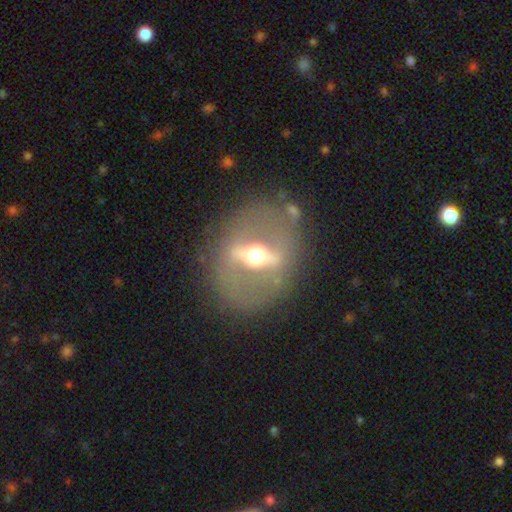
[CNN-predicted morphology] Smooth or featured? featured or disk (78%)
Edge-on disk? no (68%)
Bar? strong (79%)
Spiral arms? no (84%)
Bulge size? moderate (70%)
Merging? none (78%)